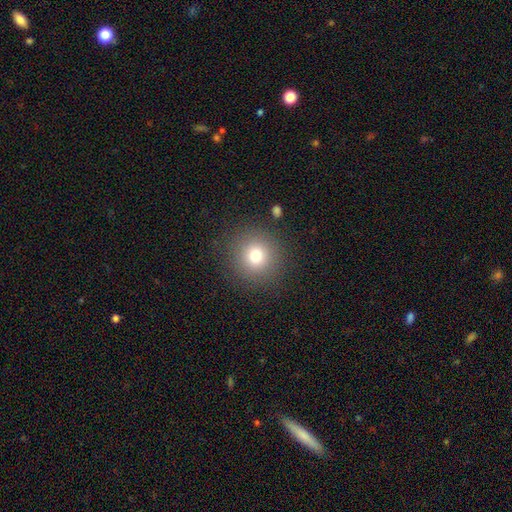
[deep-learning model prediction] smooth 76%, star or artifact 14%, featured or disk 10%. Down the decision tree: how rounded — round (94%); merging — none (88%).